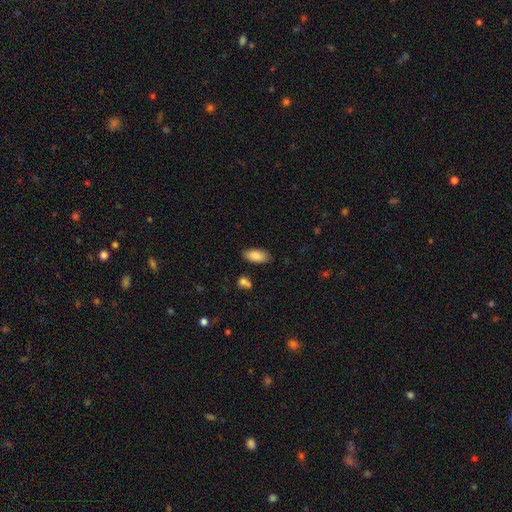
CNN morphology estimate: Smooth or featured? smooth (88%)
How rounded? in between (90%)
Merging? none (83%)